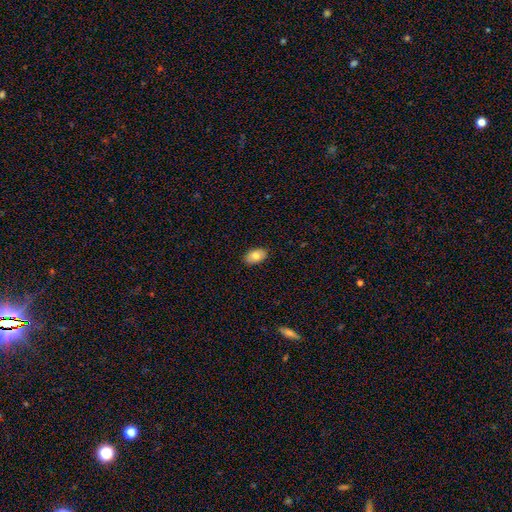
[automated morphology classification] A smooth galaxy with no disk features (81%) that is in between round and cigar-shaped (92%).

Vote fractions:
- Smooth or featured? smooth: 81% / featured or disk: 12% / star or artifact: 7%
- How rounded? in between: 92% / round: 7% / cigar-shaped: 1%
- Merging? none: 88% / minor disturbance: 9% / major disturbance: 2% / merger: 1%